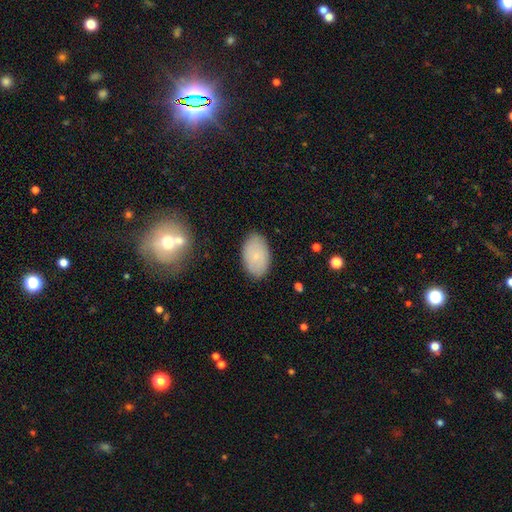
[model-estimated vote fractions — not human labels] smooth_or_featured: smooth (p=0.74) [alt: featured or disk p=0.18]
how_rounded: in between (p=0.93) [alt: round p=0.06]
merging: none (p=0.85) [alt: minor disturbance p=0.11]